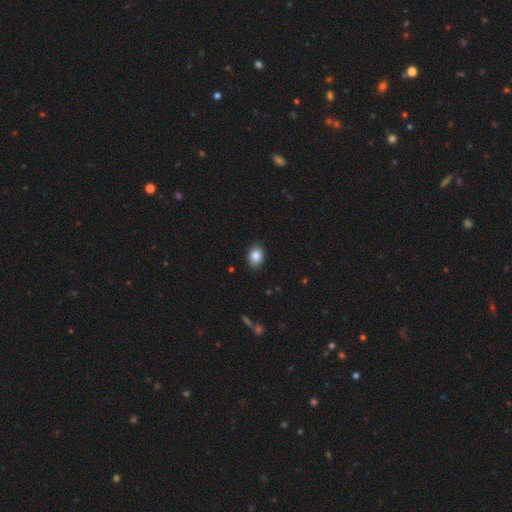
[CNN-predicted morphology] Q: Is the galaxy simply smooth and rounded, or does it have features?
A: smooth — 86%.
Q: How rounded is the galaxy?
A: in between — 71%.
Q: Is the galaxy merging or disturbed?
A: none — 86%.